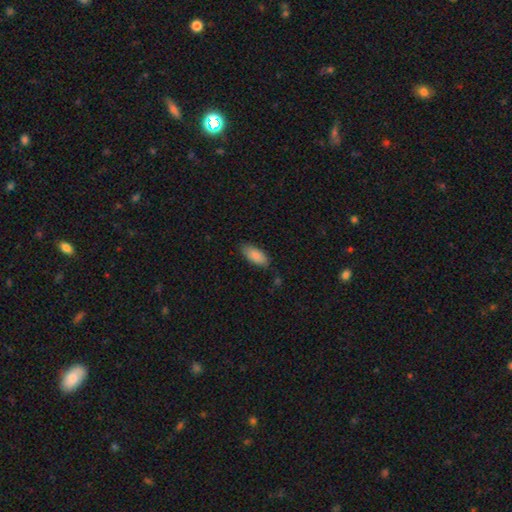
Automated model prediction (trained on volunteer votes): A smooth galaxy with no disk features (86%) that is in between round and cigar-shaped (86%).

Vote fractions:
- Smooth or featured? smooth: 86% / featured or disk: 7% / star or artifact: 6%
- How rounded? in between: 86% / cigar-shaped: 12% / round: 2%
- Merging? none: 81% / minor disturbance: 15% / major disturbance: 3% / merger: 2%